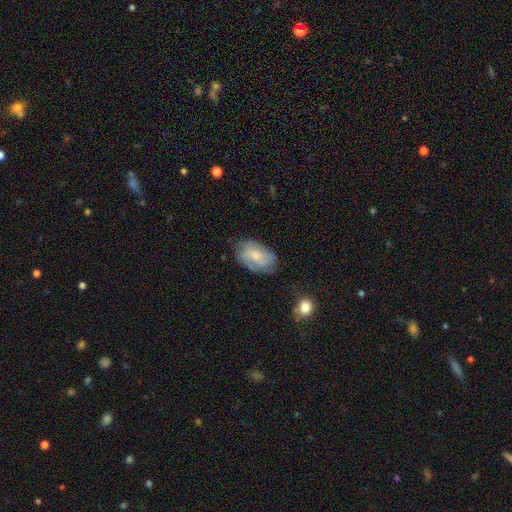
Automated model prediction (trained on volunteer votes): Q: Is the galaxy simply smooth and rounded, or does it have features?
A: smooth — 56%.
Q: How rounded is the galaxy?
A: in between — 90%.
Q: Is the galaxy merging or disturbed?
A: none — 65%.